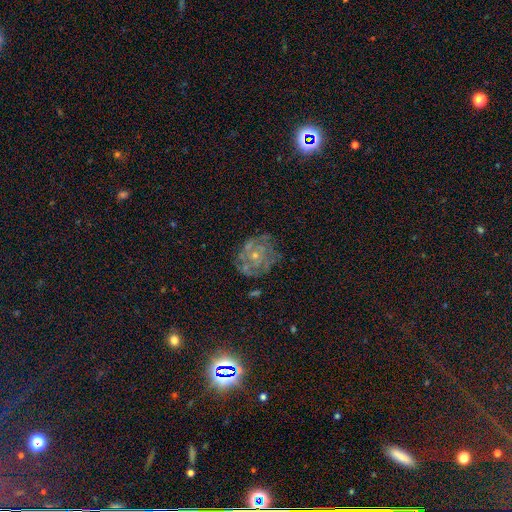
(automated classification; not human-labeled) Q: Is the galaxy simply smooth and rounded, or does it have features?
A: featured or disk — 71%.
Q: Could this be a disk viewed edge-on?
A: no — 98%.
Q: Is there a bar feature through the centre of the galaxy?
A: no — 86%.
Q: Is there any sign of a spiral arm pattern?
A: yes — 65%.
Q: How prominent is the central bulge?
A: small — 70%.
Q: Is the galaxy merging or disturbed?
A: none — 64%.